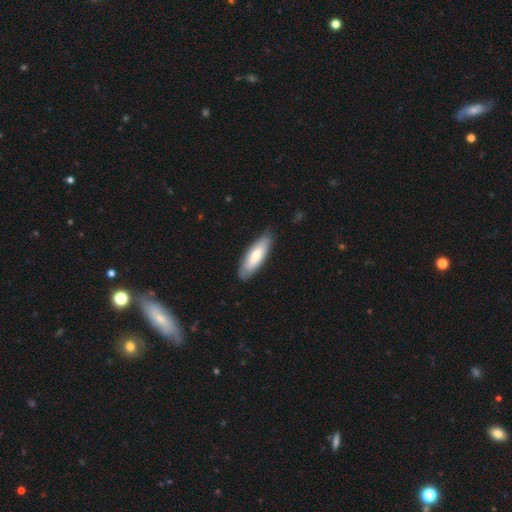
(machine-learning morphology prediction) Q: Smooth or featured?
A: smooth (71%); runner-up: featured or disk (24%)
Q: How rounded?
A: in between (58%); runner-up: cigar-shaped (41%)
Q: Merging?
A: none (82%); runner-up: minor disturbance (14%)